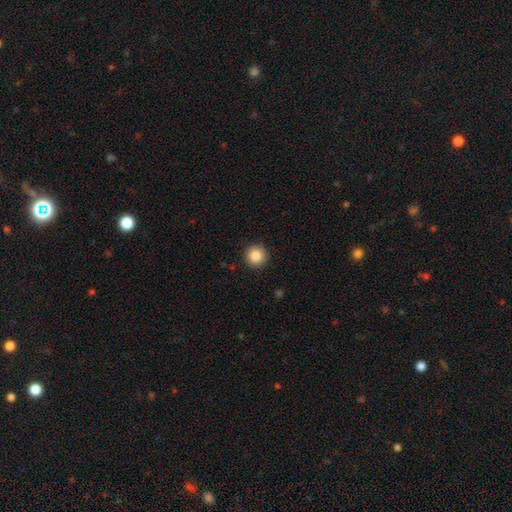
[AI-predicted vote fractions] This appears to be a smooth galaxy with no disk features (87%) that is round (96%). Merging: none (92%).